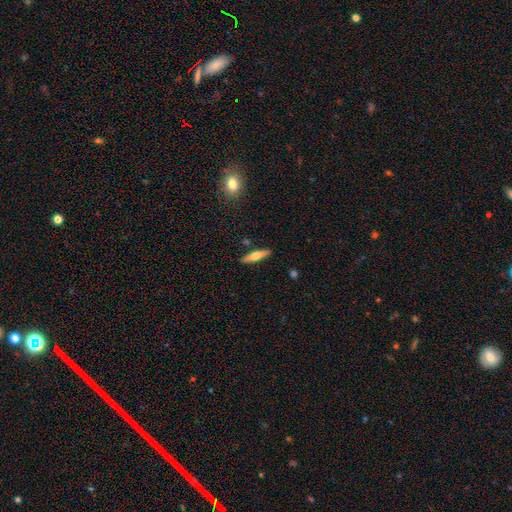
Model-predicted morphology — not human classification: type=smooth (48%); merging=none (88%).